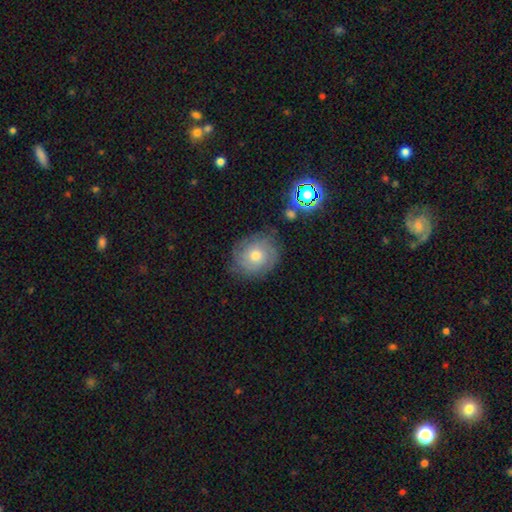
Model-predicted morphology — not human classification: featured or disk 55%, smooth 33%, star or artifact 12%. Down the decision tree: edge-on disk — no (97%); bar — no (83%); spiral arms — yes (84%); bulge size — moderate (70%); merging — none (78%).